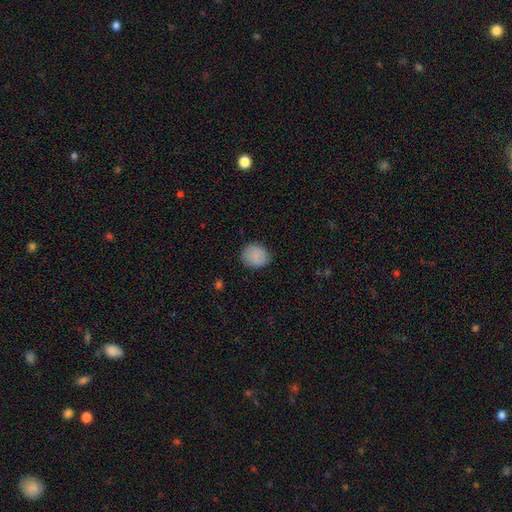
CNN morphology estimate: This appears to be a smooth galaxy with no disk features (87%) that is round (74%). Merging: none (86%).